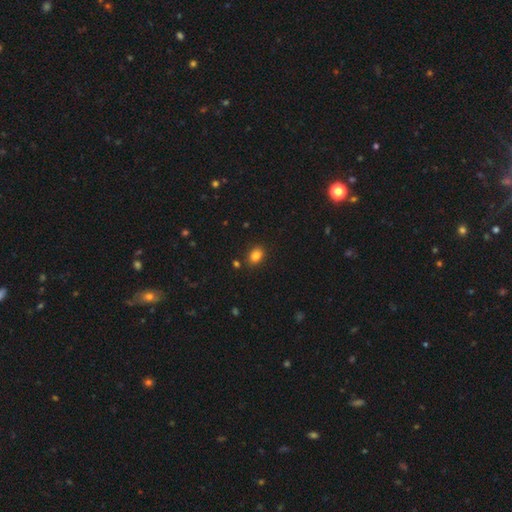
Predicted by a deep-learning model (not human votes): Overall: smooth (84%). How rounded: in between (71%). Merging: none (86%).